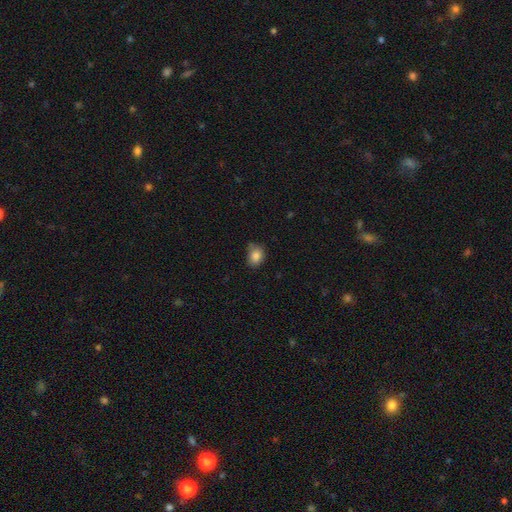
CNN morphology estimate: A smooth galaxy with no disk features (85%) that is in between round and cigar-shaped (59%). Merging: none (64%).